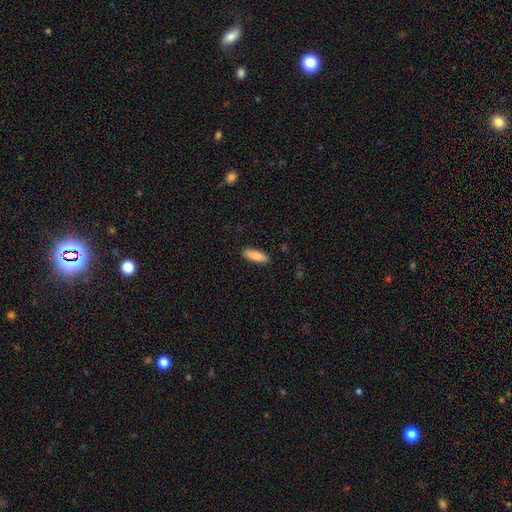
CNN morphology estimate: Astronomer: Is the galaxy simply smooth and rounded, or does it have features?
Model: smooth — 87%.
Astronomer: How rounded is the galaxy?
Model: in between — 61% (runner-up: cigar-shaped, 37%).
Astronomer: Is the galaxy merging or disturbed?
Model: none — 89%.